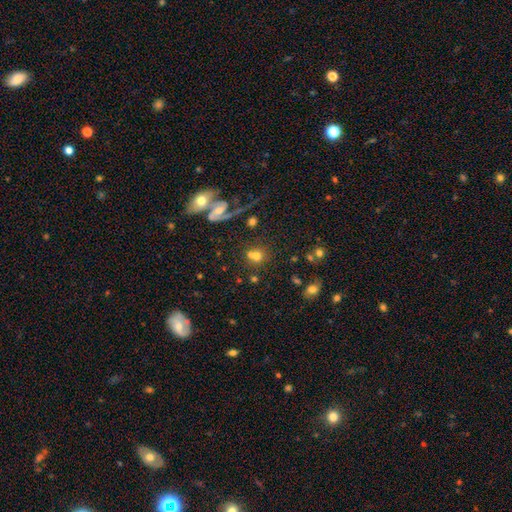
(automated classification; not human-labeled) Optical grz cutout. It shows a smooth galaxy with no disk features (62%) that is round (81%). Merging: none (48%).